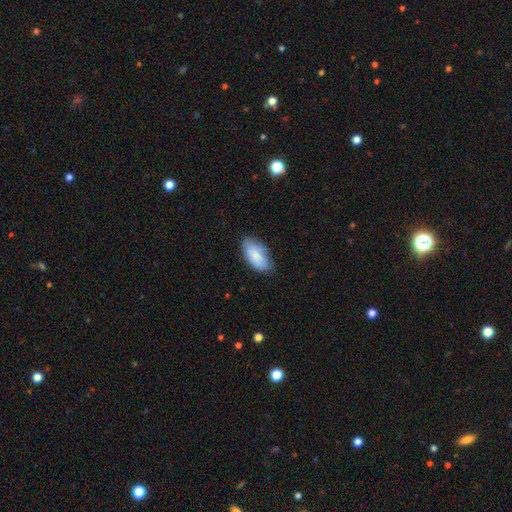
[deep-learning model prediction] A smooth galaxy with no disk features (83%) that is in between round and cigar-shaped (93%).

Vote fractions:
- Smooth or featured? smooth: 83% / featured or disk: 11% / star or artifact: 6%
- How rounded? in between: 93% / cigar-shaped: 5% / round: 2%
- Merging? none: 71% / minor disturbance: 23% / major disturbance: 4% / merger: 1%